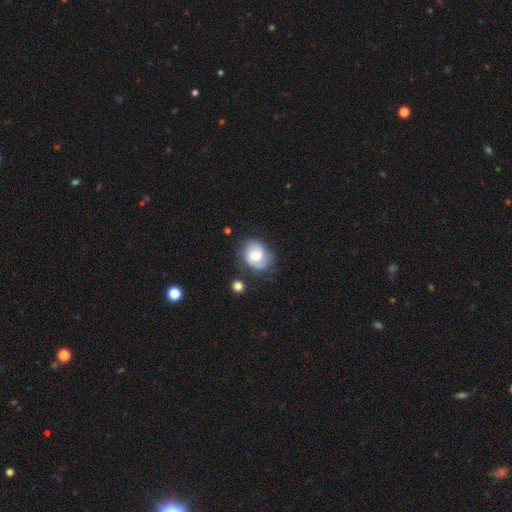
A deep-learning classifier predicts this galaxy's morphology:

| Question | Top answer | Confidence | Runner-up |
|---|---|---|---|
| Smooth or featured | featured or disk | 56% | smooth (36%) |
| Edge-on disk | no | 98% | yes (2%) |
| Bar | no | 47% | weak (44%) |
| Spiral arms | yes | 89% | no (11%) |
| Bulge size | moderate | 43% | large (24%) |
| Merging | none | 67% | minor disturbance (21%) |